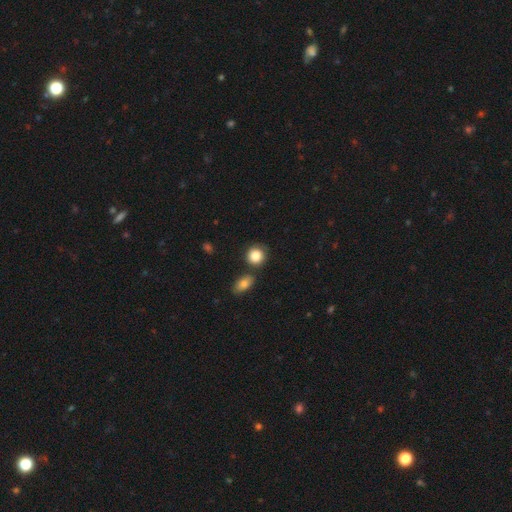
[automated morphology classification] This is clearly a smooth galaxy (86%). How rounded: clearly round (82%). Merging: likely none (75%).